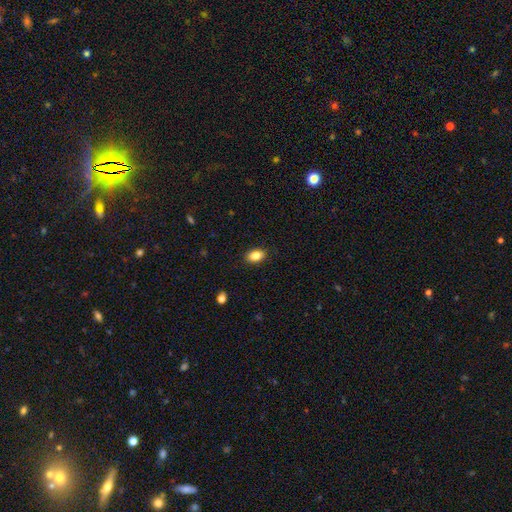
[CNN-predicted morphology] Smooth or featured: smooth — 84% (star or artifact — 9%)
How rounded: in between — 86% (round — 12%)
Merging: none — 88% (minor disturbance — 9%)